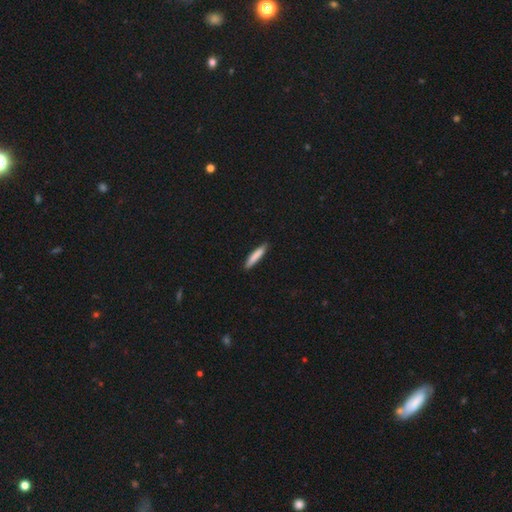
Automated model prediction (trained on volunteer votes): Morphology: type=smooth (82%); roundness=cigar-shaped (90%); merging=none (88%).